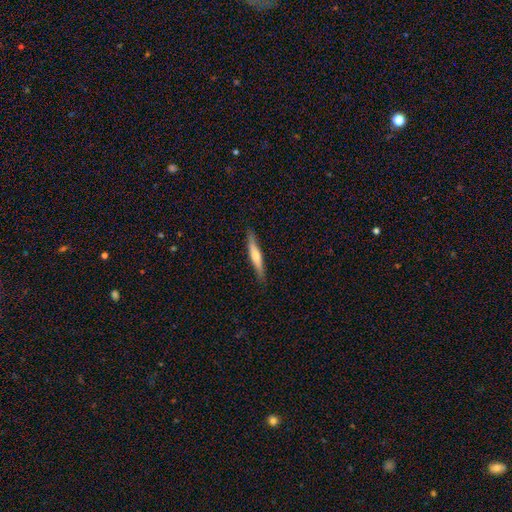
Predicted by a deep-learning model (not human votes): Q: Smooth or featured?
A: smooth (48%); runner-up: featured or disk (47%)
Q: Merging?
A: none (89%); runner-up: minor disturbance (9%)